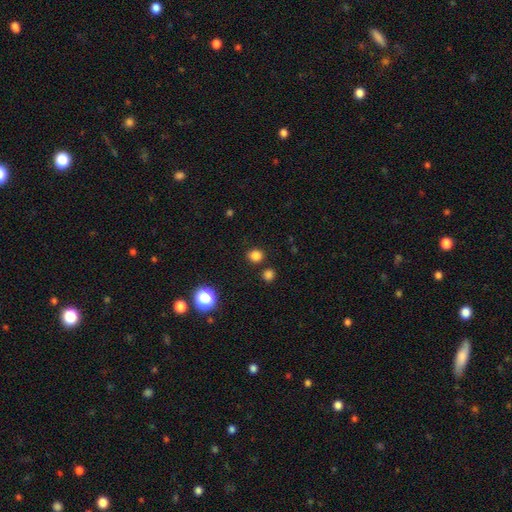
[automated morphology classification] The model was most divided on "smooth or featured": smooth: 81%, star or artifact: 15%, featured or disk: 4%. More confident: how rounded — round (84%); merging — none (83%).